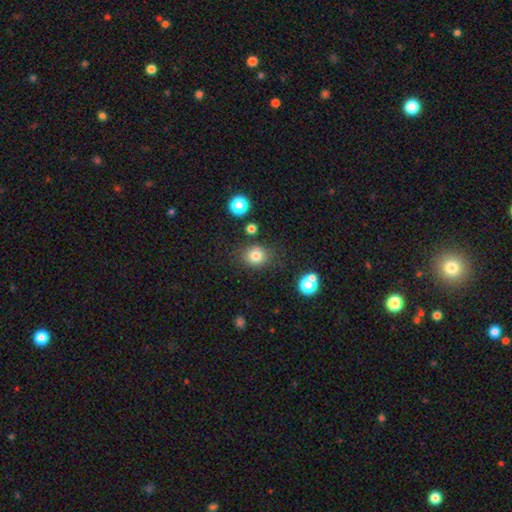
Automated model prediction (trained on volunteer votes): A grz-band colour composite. It shows a smooth galaxy with no disk features (80%) that is round (72%). Merging: none (78%).